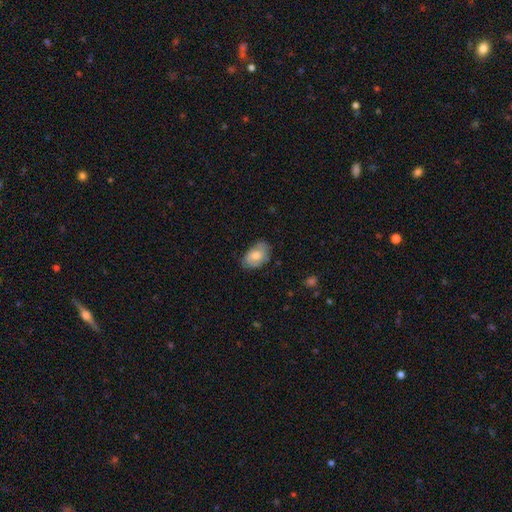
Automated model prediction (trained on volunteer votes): This is likely a smooth galaxy (69%). How rounded: clearly in between (88%). Merging: likely none (70%).